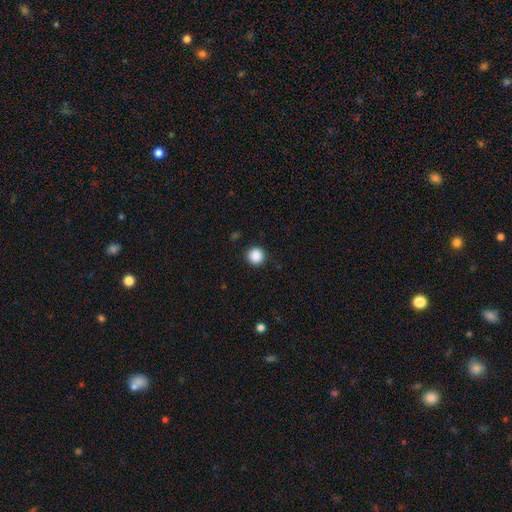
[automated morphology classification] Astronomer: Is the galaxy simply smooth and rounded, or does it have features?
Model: smooth — 88%.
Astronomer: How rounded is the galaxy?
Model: round — 96%.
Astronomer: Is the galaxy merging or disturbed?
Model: none — 92%.